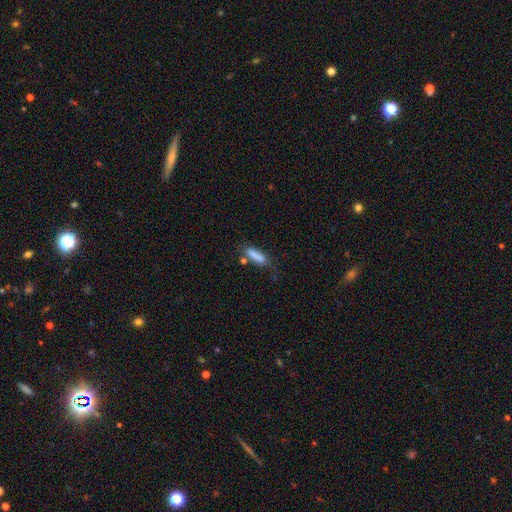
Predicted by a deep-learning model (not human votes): smooth-or-featured: smooth: 81% | featured or disk: 11% | star or artifact: 8%
  how-rounded: cigar-shaped: 58% | in between: 40% | round: 3%
  merging: none: 56% | minor disturbance: 23% | merger: 12% | major disturbance: 9%